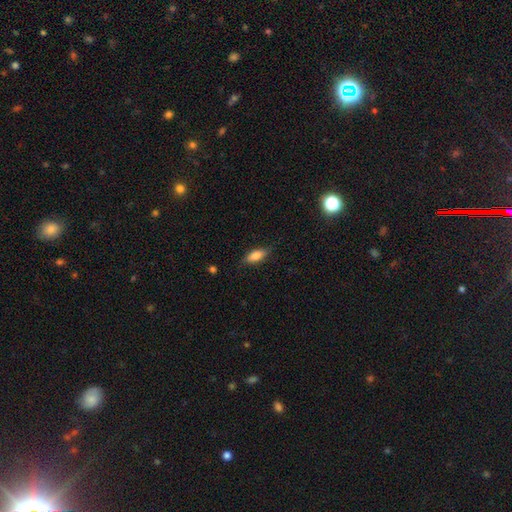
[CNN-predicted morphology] This is likely a smooth galaxy (78%). How rounded: likely in between (77%). Merging: likely none (77%).